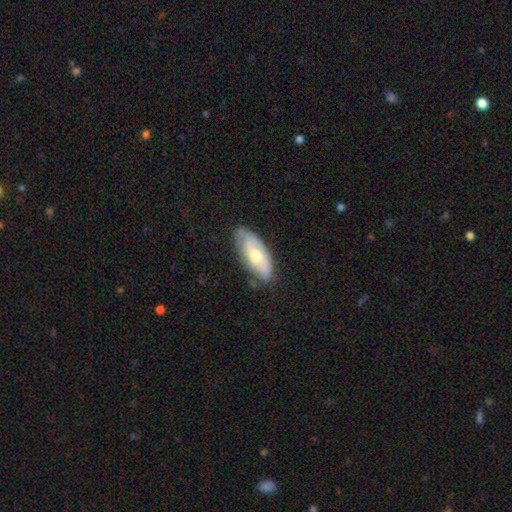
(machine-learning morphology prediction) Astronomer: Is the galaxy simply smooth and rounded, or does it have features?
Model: featured or disk — 50% (runner-up: smooth, 45%).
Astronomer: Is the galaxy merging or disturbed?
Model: none — 70%.